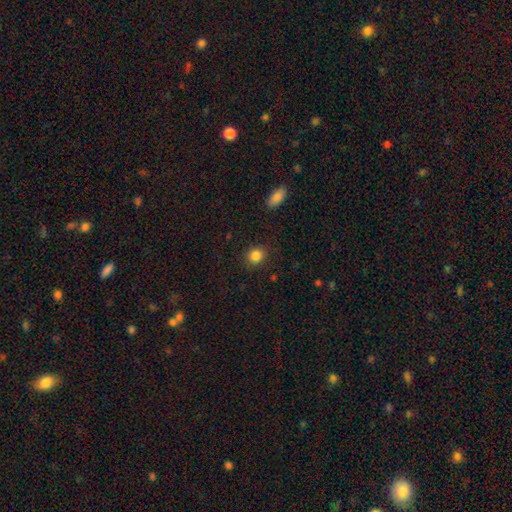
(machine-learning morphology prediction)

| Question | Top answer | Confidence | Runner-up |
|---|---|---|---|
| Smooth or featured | smooth | 85% | star or artifact (10%) |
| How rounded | round | 75% | in between (24%) |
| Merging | none | 87% | minor disturbance (9%) |